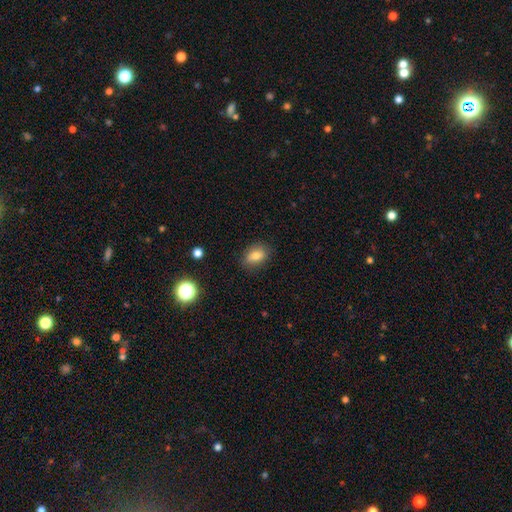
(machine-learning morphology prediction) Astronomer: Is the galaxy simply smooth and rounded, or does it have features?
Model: smooth — 79%.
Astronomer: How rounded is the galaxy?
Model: in between — 79%.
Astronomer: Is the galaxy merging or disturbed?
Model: none — 83%.